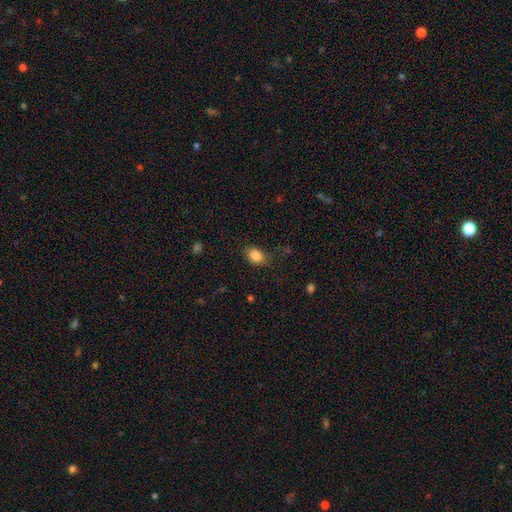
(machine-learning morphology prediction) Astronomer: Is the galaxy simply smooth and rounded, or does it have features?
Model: smooth — 86%.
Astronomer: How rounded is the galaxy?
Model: in between — 71%.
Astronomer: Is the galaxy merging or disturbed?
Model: none — 77%.